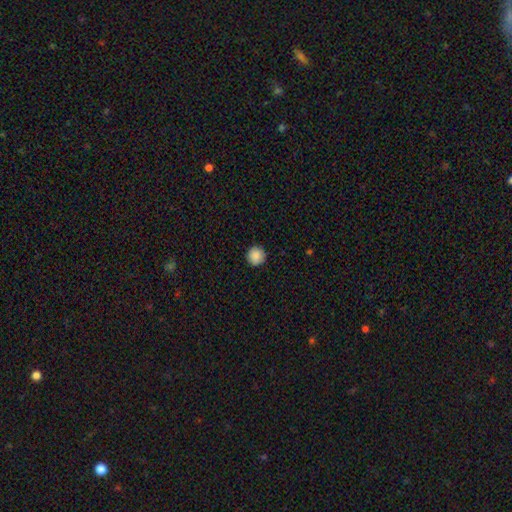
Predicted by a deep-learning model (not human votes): smooth-or-featured: smooth: 88% | star or artifact: 9% | featured or disk: 3%
  how-rounded: round: 95% | in between: 4% | cigar-shaped: 1%
  merging: none: 90% | minor disturbance: 7% | major disturbance: 2% | merger: 1%